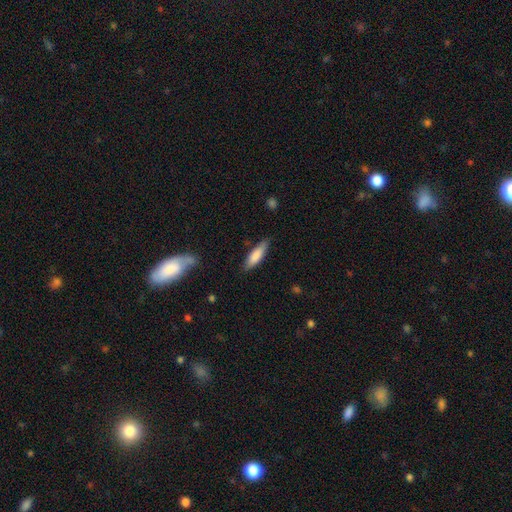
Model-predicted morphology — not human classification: The model was most divided on "how rounded": cigar-shaped: 58%, in between: 40%, round: 2%. More confident: merging — none (81%); smooth or featured — smooth (80%).